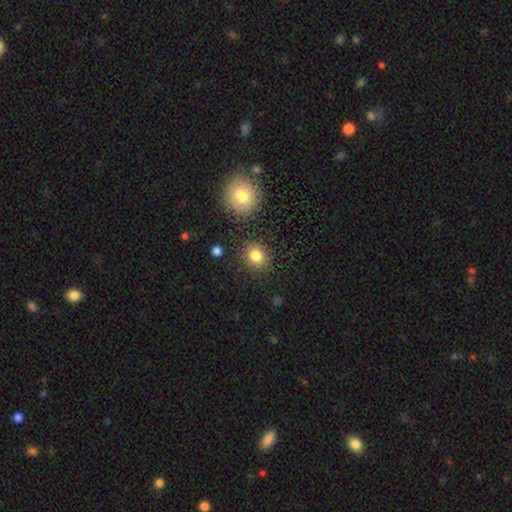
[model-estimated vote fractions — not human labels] smooth 83%, star or artifact 11%, featured or disk 6%. Down the decision tree: how rounded — round (77%); merging — none (85%).